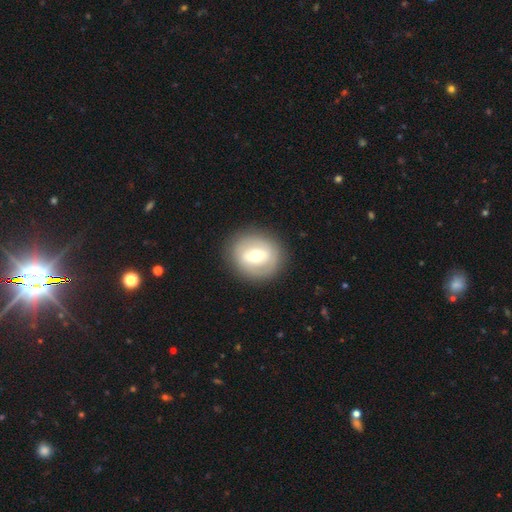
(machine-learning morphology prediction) This appears to be a featured or disk galaxy (55%) with a strong bar (42%, tied with weak), no spiral arms (66%) and a moderate central bulge (70%). Merging: none (86%).